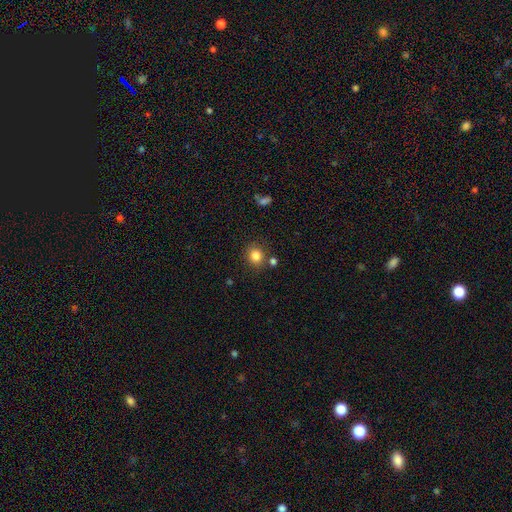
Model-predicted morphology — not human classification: smooth 83%, star or artifact 11%, featured or disk 6%. Down the decision tree: how rounded — round (77%); merging — none (78%).